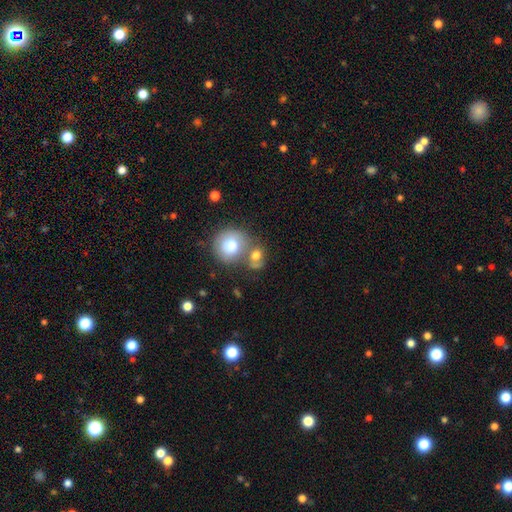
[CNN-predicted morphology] Overall: smooth (72%). How rounded: round (70%). Merging: merger (49%; none 32%).